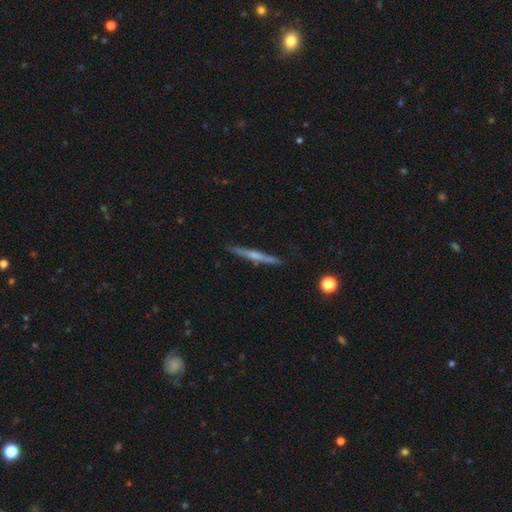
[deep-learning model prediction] A featured or disk galaxy (65%) viewed edge-on (98%) with a rounded central bulge (53%).

Vote fractions:
- Smooth or featured? featured or disk: 65% / smooth: 29% / star or artifact: 6%
- Edge-on disk? yes: 98% / no: 2%
- Edge-on bulge? rounded: 53% / none: 38% / boxy: 9%
- Merging? none: 89% / minor disturbance: 8% / merger: 1% / major disturbance: 1%